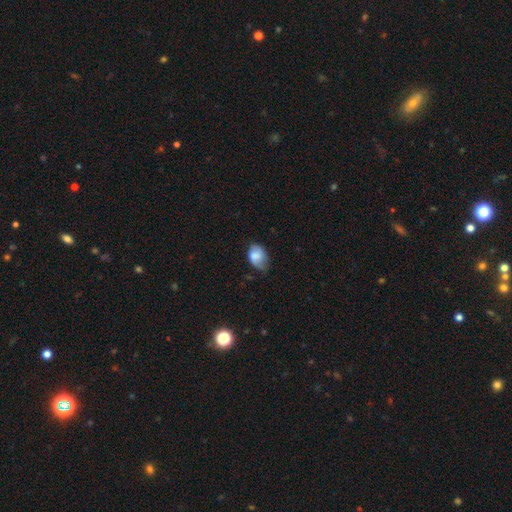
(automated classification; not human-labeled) Smooth or featured? smooth (71%)
How rounded? in between (82%)
Merging? none (49%)